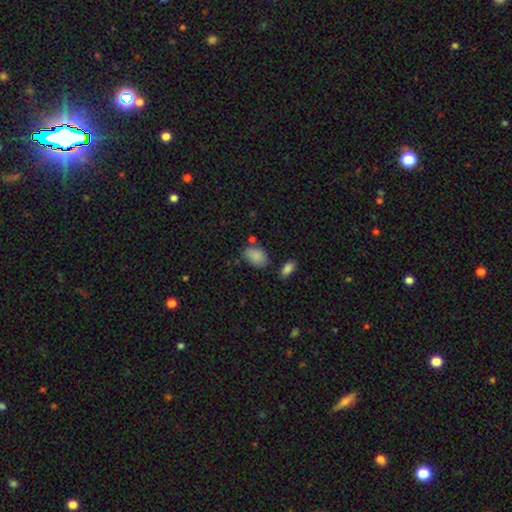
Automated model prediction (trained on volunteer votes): Smooth or featured: smooth — 87% (star or artifact — 8%)
How rounded: in between — 89% (round — 9%)
Merging: none — 68% (minor disturbance — 19%)